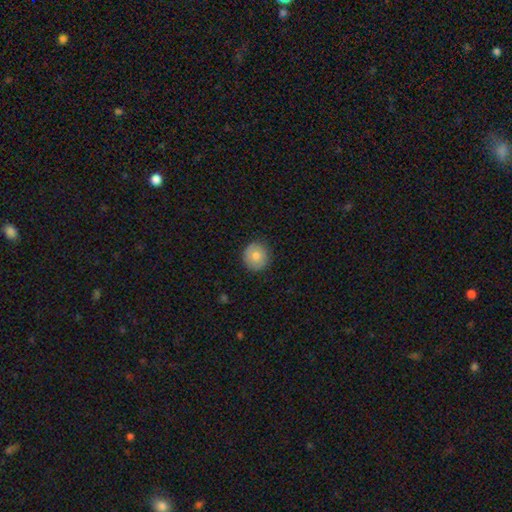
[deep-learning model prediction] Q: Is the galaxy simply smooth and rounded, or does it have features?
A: smooth — 78%.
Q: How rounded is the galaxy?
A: round — 92%.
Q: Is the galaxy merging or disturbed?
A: none — 87%.